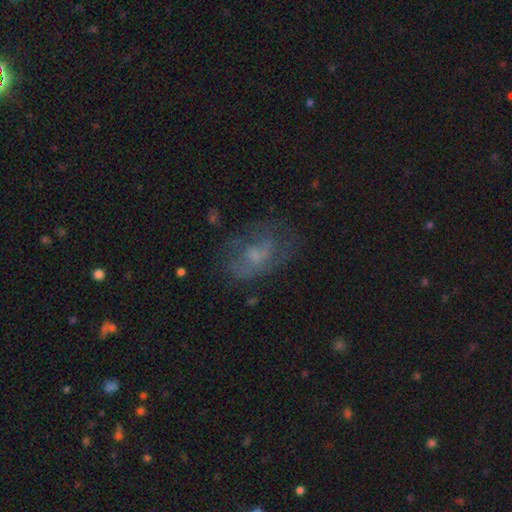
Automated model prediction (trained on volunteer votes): The model was most divided on "smooth or featured": featured or disk: 51%, smooth: 35%, star or artifact: 13%. More confident: edge-on disk — no (96%); merging — none (52%).